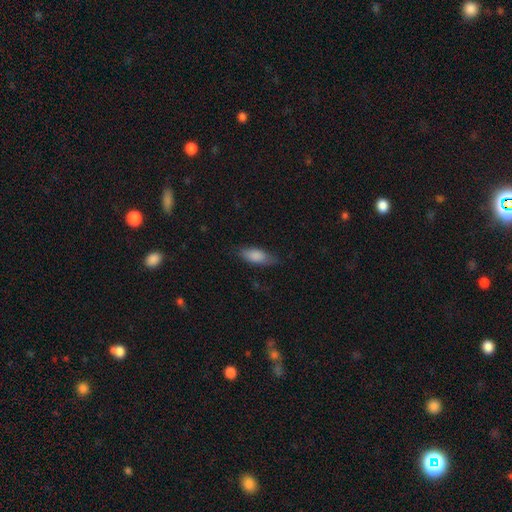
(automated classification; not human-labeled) Smooth or featured: smooth — 83% (featured or disk — 10%)
How rounded: in between — 75% (cigar-shaped — 23%)
Merging: none — 75% (minor disturbance — 19%)